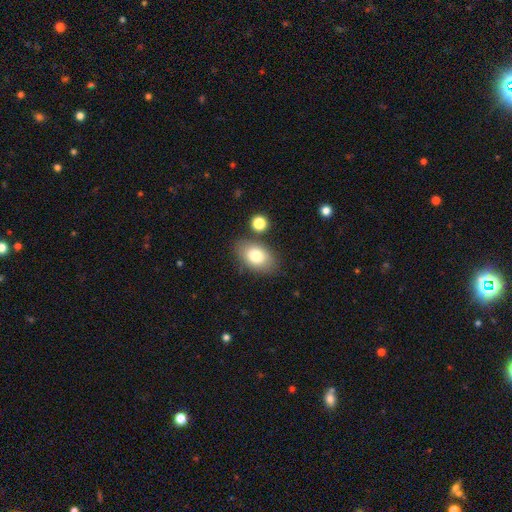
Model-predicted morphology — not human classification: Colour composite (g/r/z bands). It shows a smooth galaxy with no disk features (79%) that is in between round and cigar-shaped (87%). Merging: none (77%).